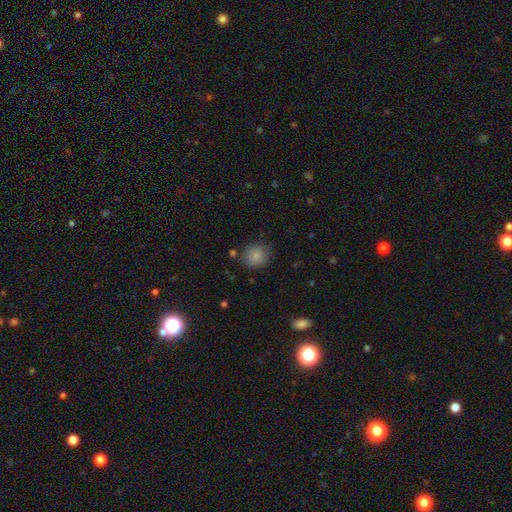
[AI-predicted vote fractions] This is clearly a smooth galaxy (86%). How rounded: likely round (79%). Merging: likely none (80%).